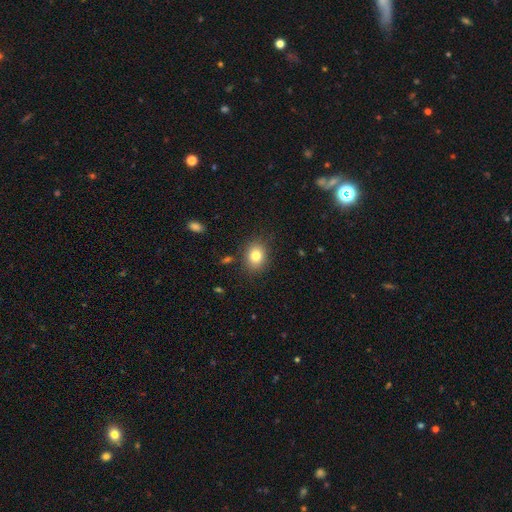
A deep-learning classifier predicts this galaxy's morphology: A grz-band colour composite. It shows a smooth galaxy with no disk features (82%) that is in between round and cigar-shaped (50%). Merging: none (85%).